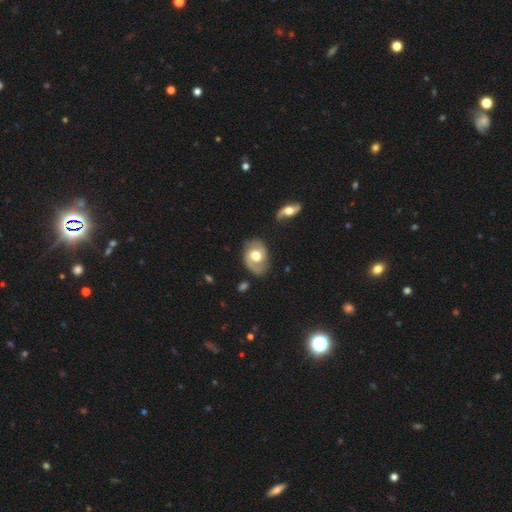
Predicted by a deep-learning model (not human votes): A featured or disk galaxy (59%) with no bar (69%), spiral arms (71%) and a moderate central bulge (57%).

Vote fractions:
- Smooth or featured? featured or disk: 59% / smooth: 35% / star or artifact: 6%
- Edge-on disk? no: 95% / yes: 5%
- Bar? no: 69% / weak: 26% / strong: 5%
- Spiral arms? yes: 71% / no: 29%
- Bulge size? moderate: 57% / large: 35% / small: 4% / dominant: 2% / none: 1%
- Merging? none: 71% / minor disturbance: 20% / major disturbance: 7% / merger: 3%